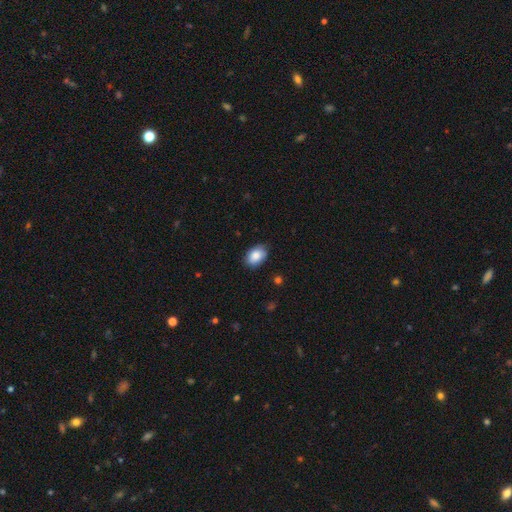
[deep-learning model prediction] smooth-or-featured: smooth: 87% | star or artifact: 7% | featured or disk: 6%
  how-rounded: in between: 87% | round: 12% | cigar-shaped: 1%
  merging: none: 84% | minor disturbance: 13% | major disturbance: 2% | merger: 1%